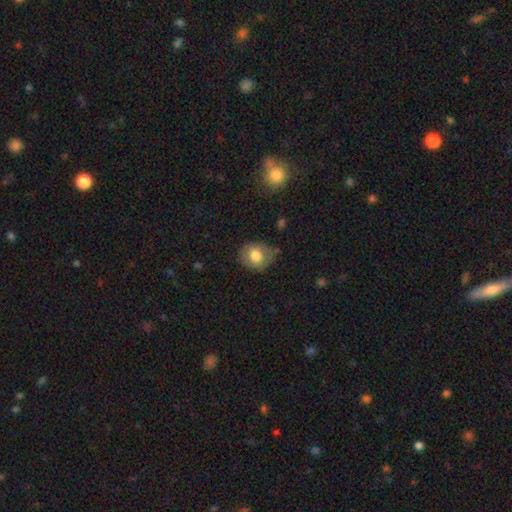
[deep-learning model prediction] Smooth or featured: smooth — 73% (featured or disk — 19%)
How rounded: round — 67% (in between — 32%)
Merging: none — 71% (minor disturbance — 21%)